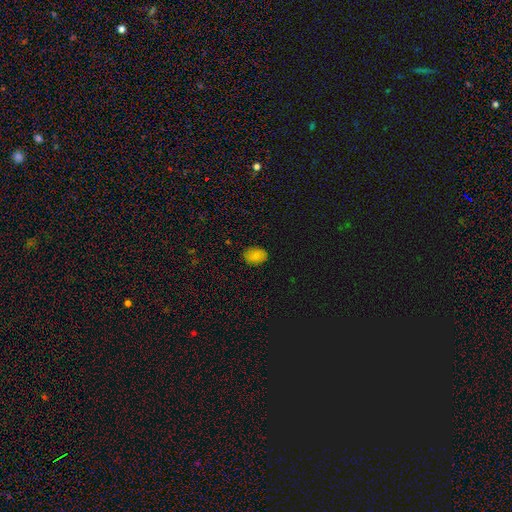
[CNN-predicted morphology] A smooth galaxy with no disk features (81%) that is in between round and cigar-shaped (76%).

Vote fractions:
- Smooth or featured? smooth: 81% / star or artifact: 13% / featured or disk: 6%
- How rounded? in between: 76% / round: 23% / cigar-shaped: 1%
- Merging? none: 85% / minor disturbance: 11% / major disturbance: 2% / merger: 1%